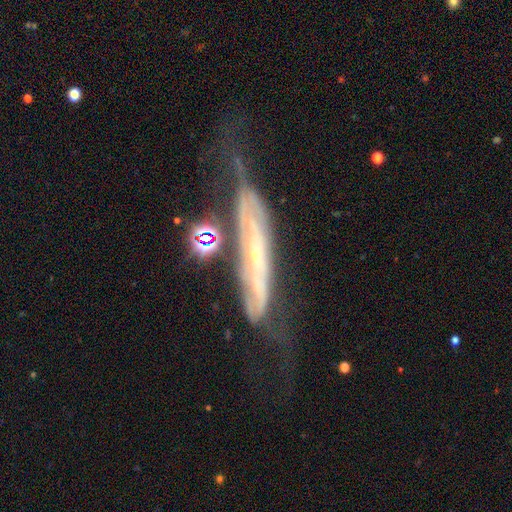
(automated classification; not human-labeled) Q: Smooth or featured?
A: featured or disk (77%); runner-up: smooth (15%)
Q: Edge-on disk?
A: no (58%); runner-up: yes (42%)
Q: Merging?
A: none (44%); runner-up: minor disturbance (24%)